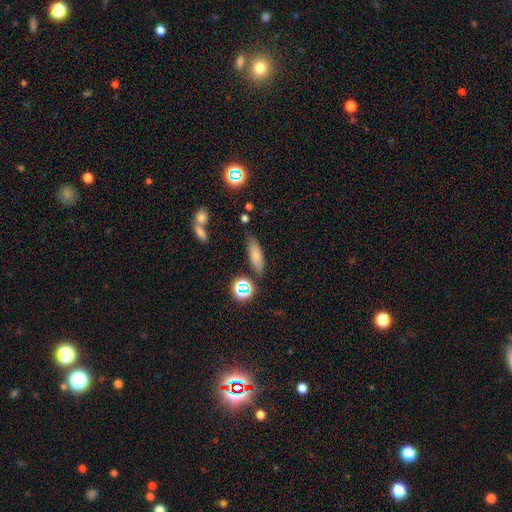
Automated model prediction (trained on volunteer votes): smooth-or-featured: smooth: 74% | featured or disk: 15% | star or artifact: 12%
  how-rounded: in between: 54% | cigar-shaped: 42% | round: 4%
  merging: none: 77% | minor disturbance: 14% | merger: 6% | major disturbance: 4%